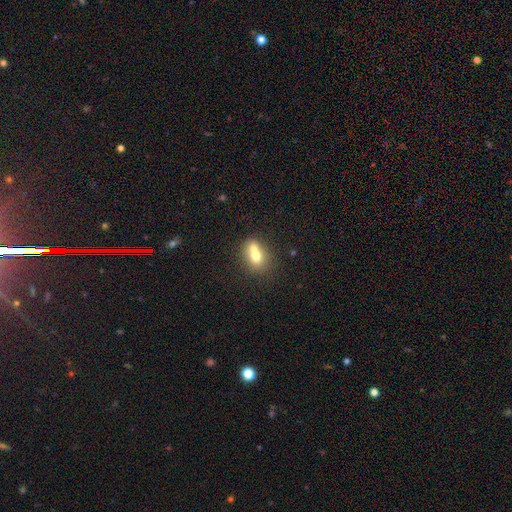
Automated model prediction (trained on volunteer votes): Morphology: type=smooth (68%); roundness=round (52%); merging=merger (59%).